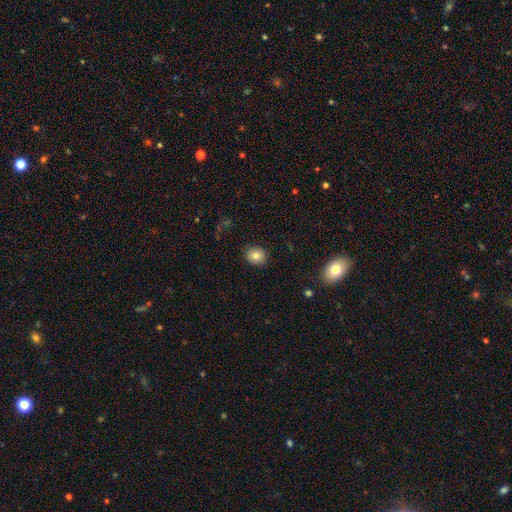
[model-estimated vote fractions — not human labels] smooth-or-featured: smooth: 81% | star or artifact: 10% | featured or disk: 9%
  how-rounded: round: 78% | in between: 21% | cigar-shaped: 1%
  merging: none: 88% | minor disturbance: 8% | major disturbance: 2% | merger: 1%